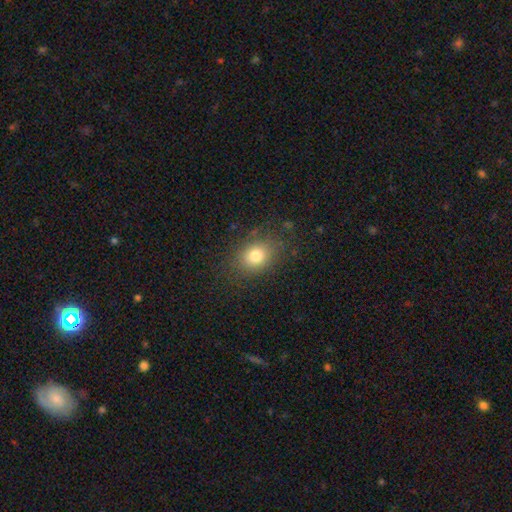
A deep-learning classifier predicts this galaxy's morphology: type=smooth (78%); roundness=in between (57%); merging=none (81%).